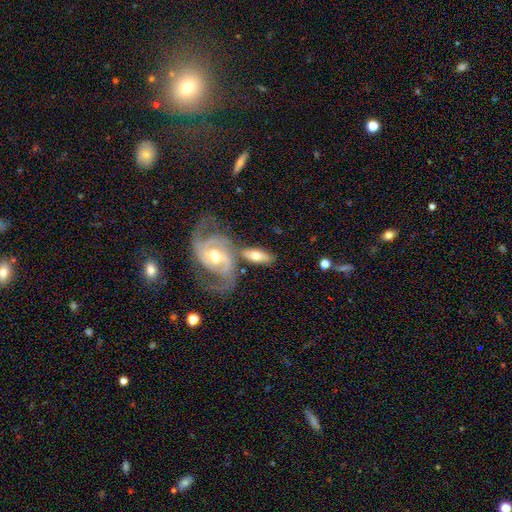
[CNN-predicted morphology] A featured or disk galaxy (59%).

Vote fractions:
- Smooth or featured? featured or disk: 59% / smooth: 35% / star or artifact: 5%
- Edge-on disk? no: 81% / yes: 19%
- Merging? none: 46% / merger: 31% / minor disturbance: 15% / major disturbance: 8%